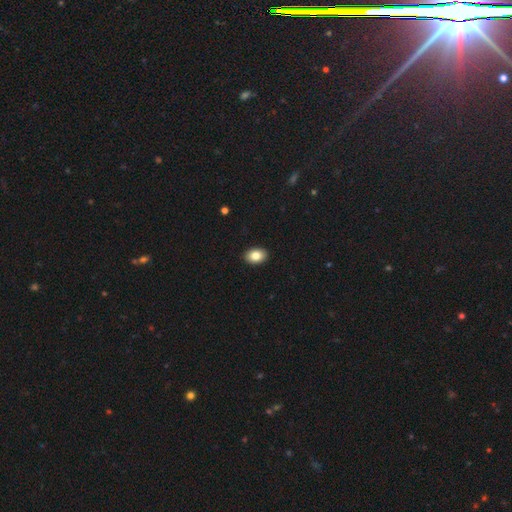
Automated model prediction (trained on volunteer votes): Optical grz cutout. It shows a smooth galaxy with no disk features (84%) that is in between round and cigar-shaped (82%). Merging: none (92%).